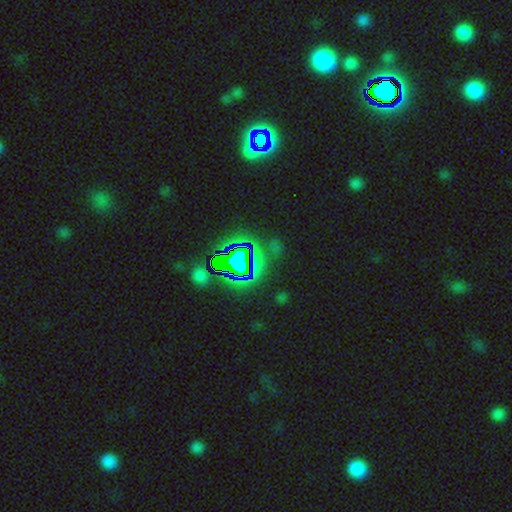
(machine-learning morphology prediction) This is likely a star or artifact rather than a galaxy (70%).